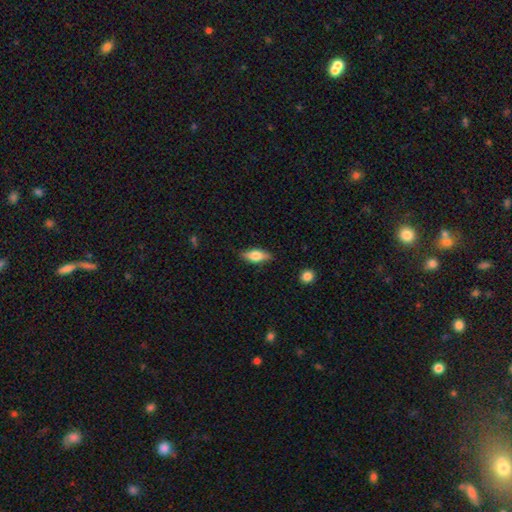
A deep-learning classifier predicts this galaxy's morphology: Overall: smooth (61%; featured or disk 32%). How rounded: in between (74%). Merging: none (84%).